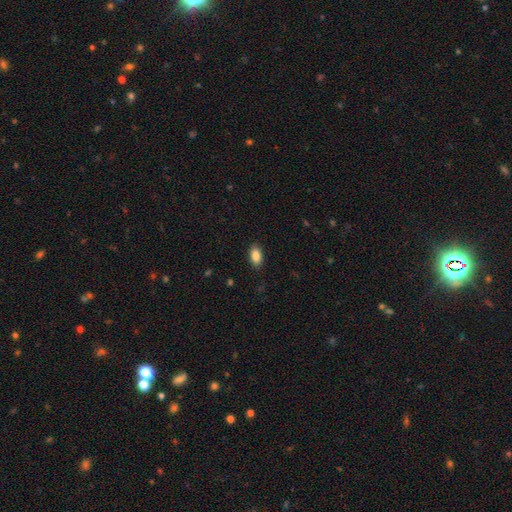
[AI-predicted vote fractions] Morphology: type=smooth (88%); roundness=in between (92%); merging=none (88%).